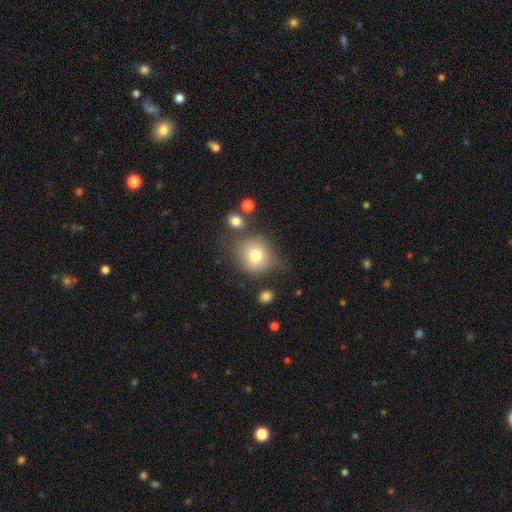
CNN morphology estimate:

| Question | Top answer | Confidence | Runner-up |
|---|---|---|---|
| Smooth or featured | smooth | 76% | featured or disk (13%) |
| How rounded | round | 78% | in between (21%) |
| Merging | none | 65% | minor disturbance (19%) |